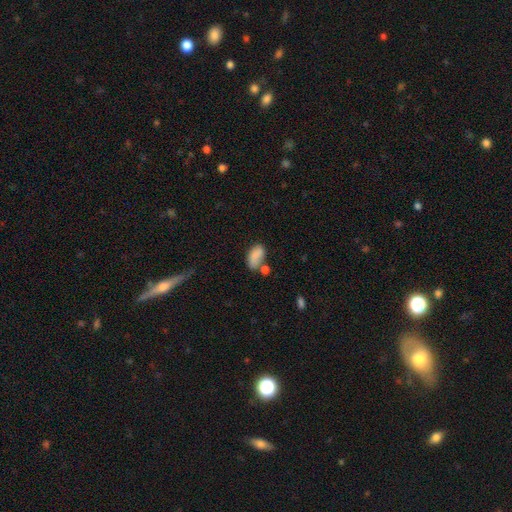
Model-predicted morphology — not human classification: Smooth or featured: smooth — 82% (star or artifact — 9%)
How rounded: in between — 92% (round — 6%)
Merging: none — 46% (merger — 23%)